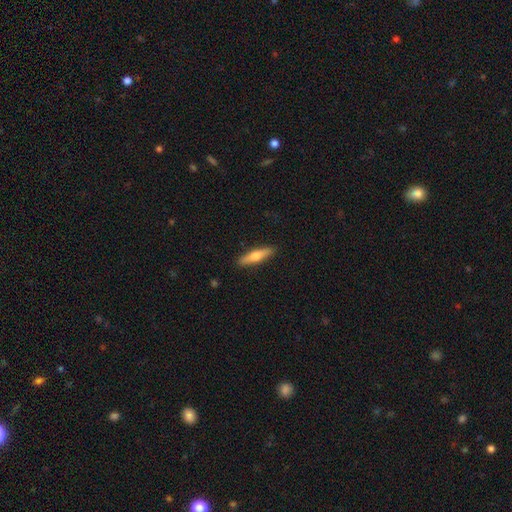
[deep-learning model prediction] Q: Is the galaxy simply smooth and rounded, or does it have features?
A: smooth — 57%.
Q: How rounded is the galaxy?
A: cigar-shaped — 79%.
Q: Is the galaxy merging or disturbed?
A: none — 90%.